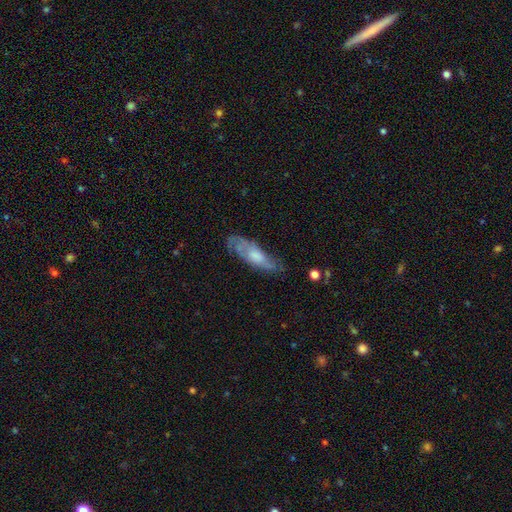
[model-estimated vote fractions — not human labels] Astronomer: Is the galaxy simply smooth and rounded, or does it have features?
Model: smooth — 47% (runner-up: featured or disk, 46%).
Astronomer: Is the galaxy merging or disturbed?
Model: none — 55%.